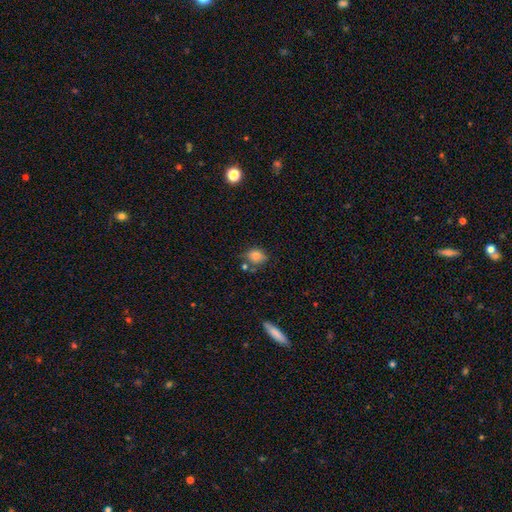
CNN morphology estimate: A smooth galaxy with no disk features (81%) that is in between round and cigar-shaped (50%).

Vote fractions:
- Smooth or featured? smooth: 81% / star or artifact: 11% / featured or disk: 8%
- How rounded? in between: 50% / round: 49% / cigar-shaped: 1%
- Merging? none: 58% / minor disturbance: 24% / merger: 12% / major disturbance: 6%